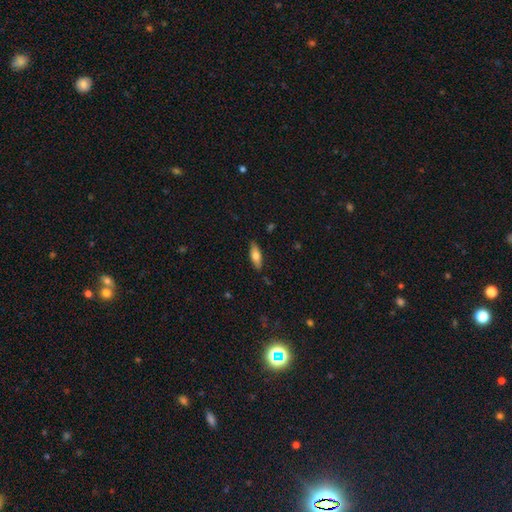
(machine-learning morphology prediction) Smooth or featured?
  - smooth: 66% *
  - featured or disk: 27%
  - star or artifact: 7%
How rounded?
  - in between: 64% *
  - cigar-shaped: 33%
  - round: 2%
Merging?
  - none: 85% *
  - minor disturbance: 11%
  - major disturbance: 2%
  - merger: 1%